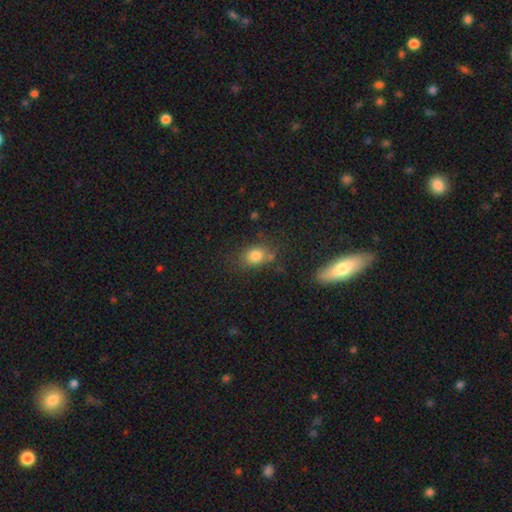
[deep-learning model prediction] smooth_or_featured: smooth (p=0.80) [alt: star or artifact p=0.12]
how_rounded: in between (p=0.59) [alt: round p=0.39]
merging: none (p=0.70) [alt: minor disturbance p=0.17]